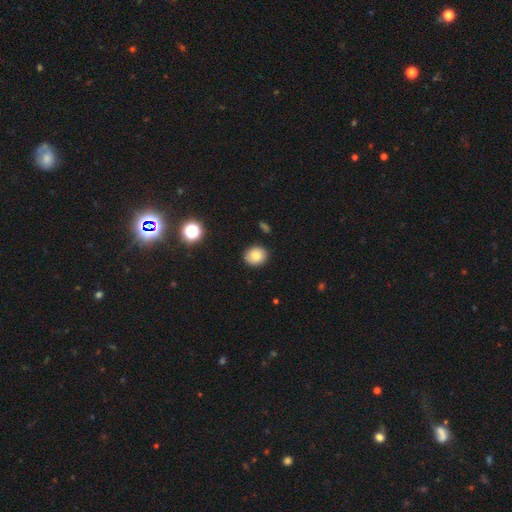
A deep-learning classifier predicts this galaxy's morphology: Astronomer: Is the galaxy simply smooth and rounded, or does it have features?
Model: smooth — 82%.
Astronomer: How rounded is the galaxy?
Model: round — 76%.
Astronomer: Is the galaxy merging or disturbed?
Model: none — 89%.